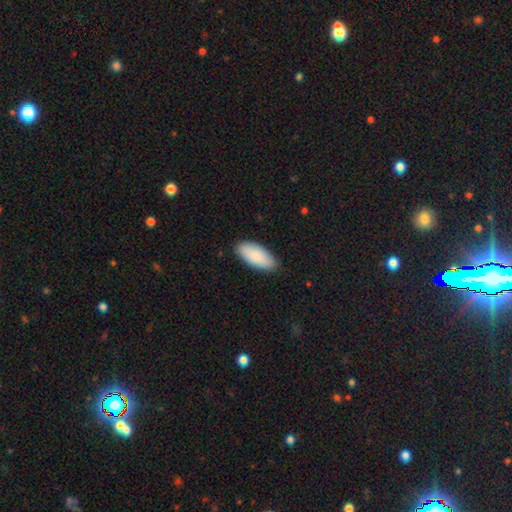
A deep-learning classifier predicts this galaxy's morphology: Smooth or featured? smooth (87%)
How rounded? in between (90%)
Merging? none (86%)